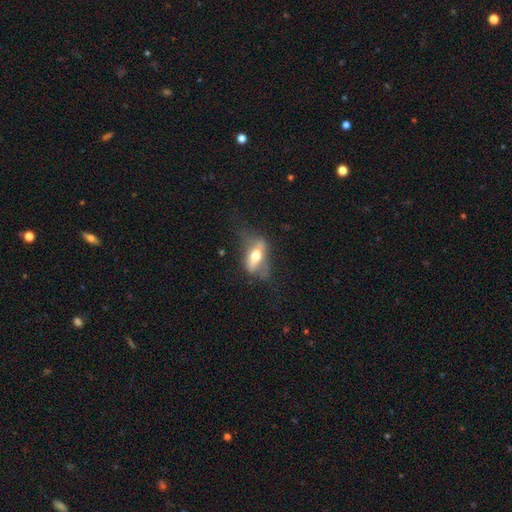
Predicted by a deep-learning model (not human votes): A featured or disk galaxy (49%).

Vote fractions:
- Smooth or featured? featured or disk: 49% / smooth: 44% / star or artifact: 7%
- Merging? none: 46% / minor disturbance: 27% / major disturbance: 24% / merger: 3%